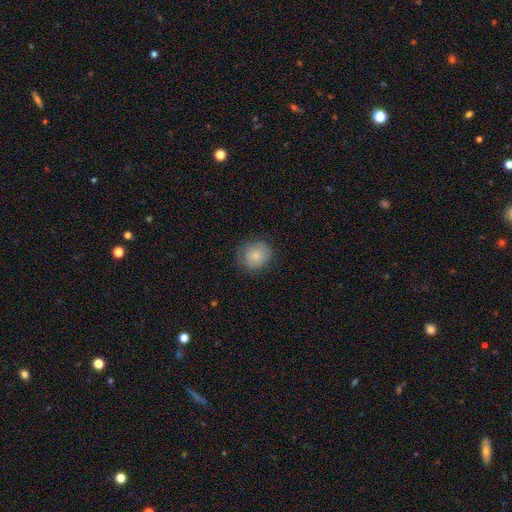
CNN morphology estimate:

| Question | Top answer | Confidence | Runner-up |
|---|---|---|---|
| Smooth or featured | smooth | 76% | featured or disk (16%) |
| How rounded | round | 81% | in between (18%) |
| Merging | none | 72% | minor disturbance (20%) |